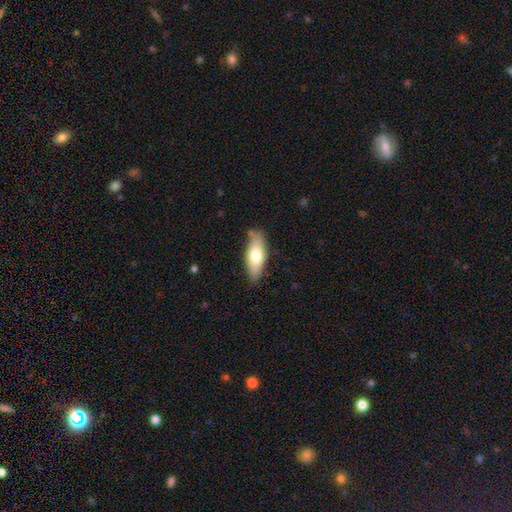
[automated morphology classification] This is likely a smooth galaxy (69%). How rounded: likely in between (72%). Merging: likely none (77%).